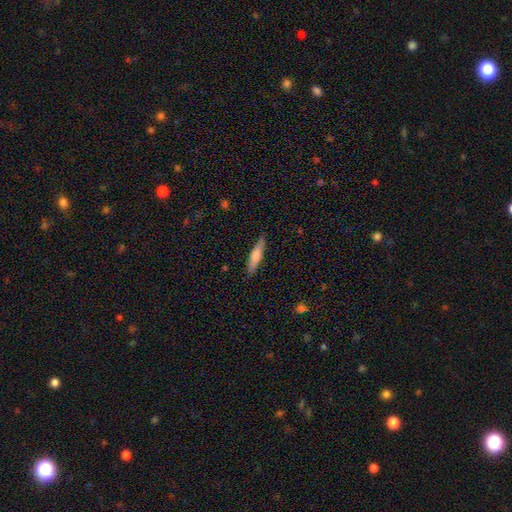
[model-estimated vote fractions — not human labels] A smooth galaxy with no disk features (63%) that is cigar-shaped (84%).

Vote fractions:
- Smooth or featured? smooth: 63% / featured or disk: 31% / star or artifact: 6%
- How rounded? cigar-shaped: 84% / in between: 15% / round: 1%
- Merging? none: 87% / minor disturbance: 10% / major disturbance: 2% / merger: 1%